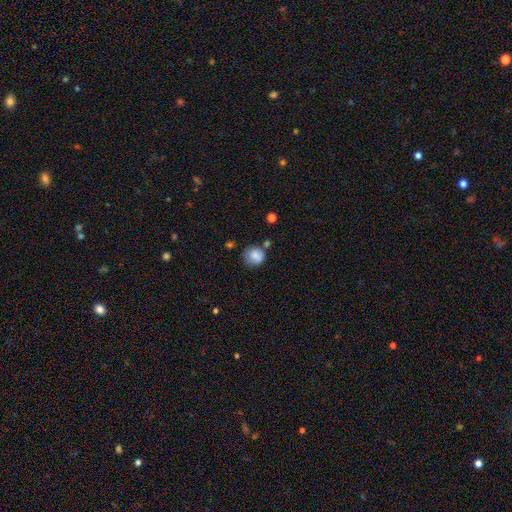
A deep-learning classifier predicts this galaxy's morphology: smooth-or-featured: smooth: 82% | featured or disk: 9% | star or artifact: 9%
  how-rounded: round: 81% | in between: 18% | cigar-shaped: 1%
  merging: none: 61% | minor disturbance: 24% | major disturbance: 8% | merger: 7%